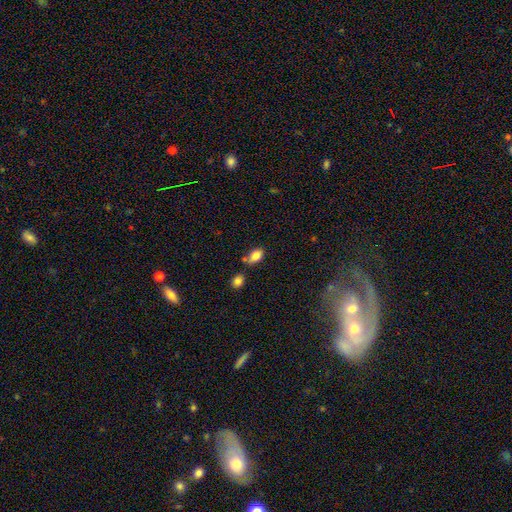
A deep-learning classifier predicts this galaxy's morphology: type=smooth (83%); roundness=in between (85%); merging=none (59%).